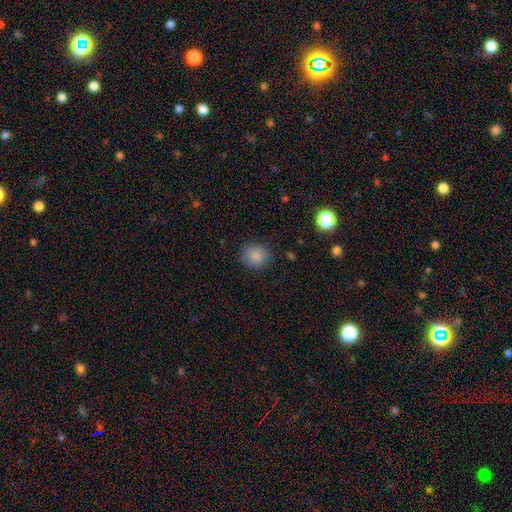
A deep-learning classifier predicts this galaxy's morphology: A smooth galaxy with no disk features (85%) that is round (80%). Merging: none (86%).